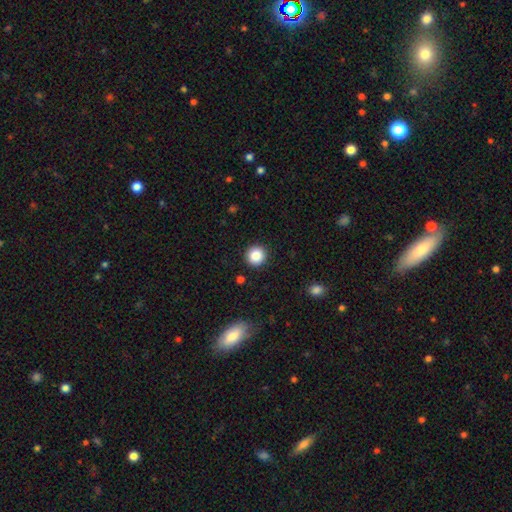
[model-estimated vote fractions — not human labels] A smooth galaxy with no disk features (85%) that is round (95%).

Vote fractions:
- Smooth or featured? smooth: 85% / star or artifact: 10% / featured or disk: 5%
- How rounded? round: 95% / in between: 4% / cigar-shaped: 1%
- Merging? none: 92% / minor disturbance: 5% / major disturbance: 2% / merger: 1%